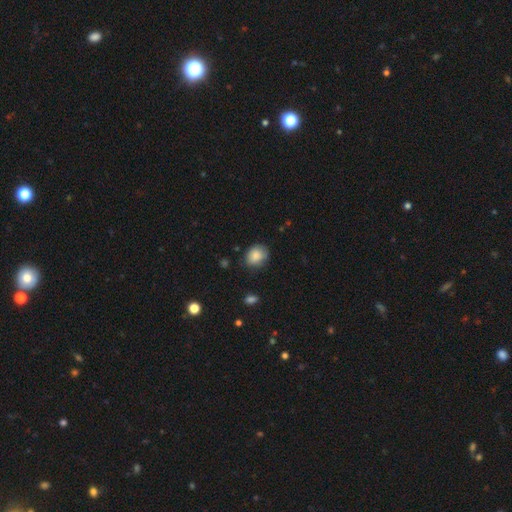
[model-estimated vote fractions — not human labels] Morphology: type=smooth (86%); roundness=round (53%); merging=none (74%).